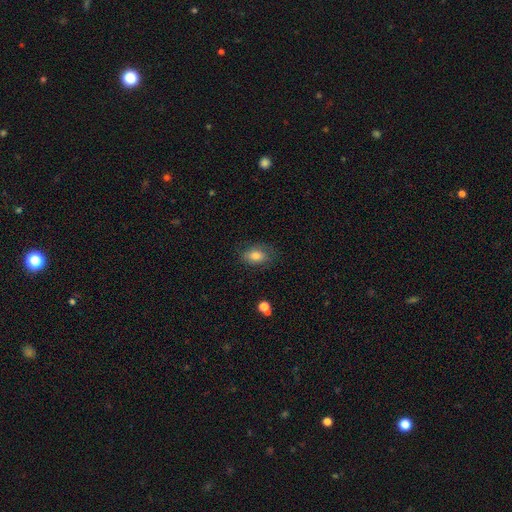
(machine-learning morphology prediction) smooth 78%, featured or disk 14%, star or artifact 9%. Down the decision tree: how rounded — in between (85%); merging — none (75%).